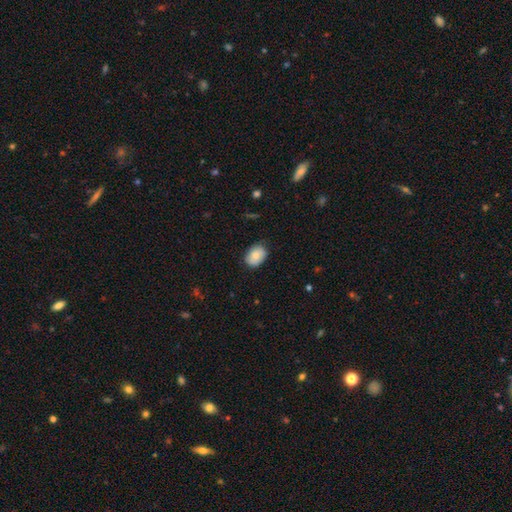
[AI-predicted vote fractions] smooth-or-featured: smooth: 79% | featured or disk: 14% | star or artifact: 7%
  how-rounded: in between: 74% | round: 25% | cigar-shaped: 1%
  merging: none: 77% | minor disturbance: 19% | major disturbance: 3% | merger: 1%